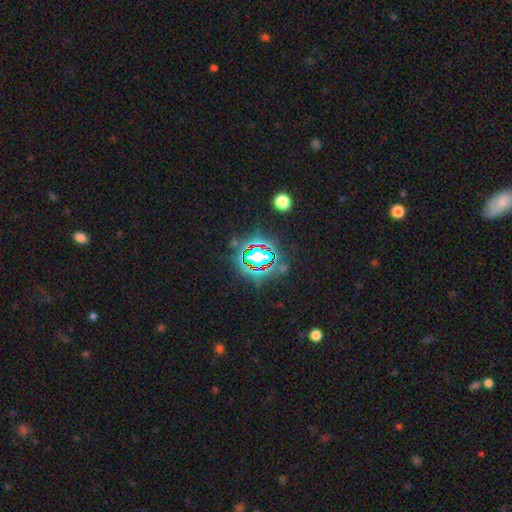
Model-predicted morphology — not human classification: This appears to be a star or artifact, not a galaxy (71%).